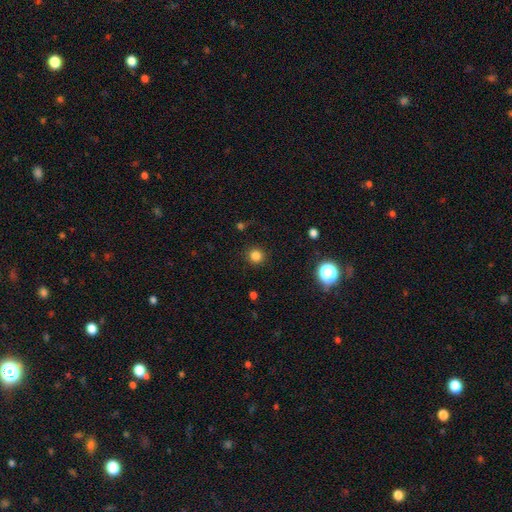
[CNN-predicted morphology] Q: Smooth or featured?
A: smooth (82%); runner-up: star or artifact (14%)
Q: How rounded?
A: round (93%); runner-up: in between (6%)
Q: Merging?
A: none (90%); runner-up: minor disturbance (6%)